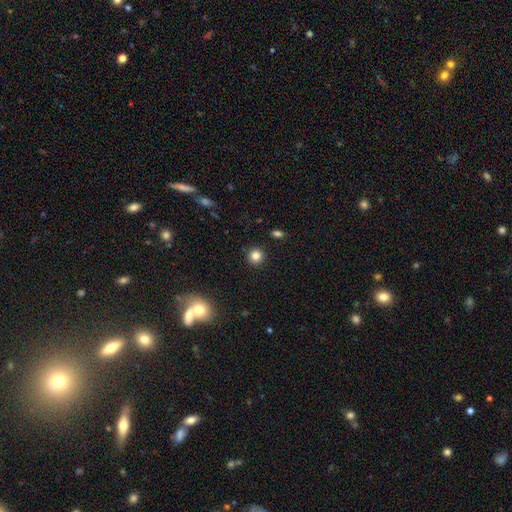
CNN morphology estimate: This appears to be a smooth galaxy with no disk features (83%) that is round (93%). Merging: none (92%).